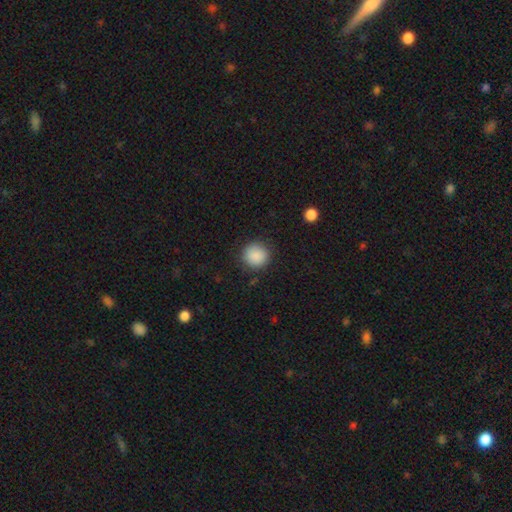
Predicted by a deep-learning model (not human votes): Smooth or featured? smooth (88%)
How rounded? round (93%)
Merging? none (88%)